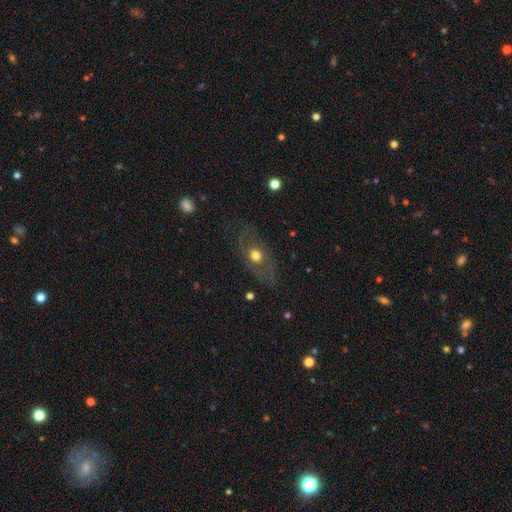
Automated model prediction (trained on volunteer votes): This appears to be a featured or disk galaxy (58%). Merging: none (74%).